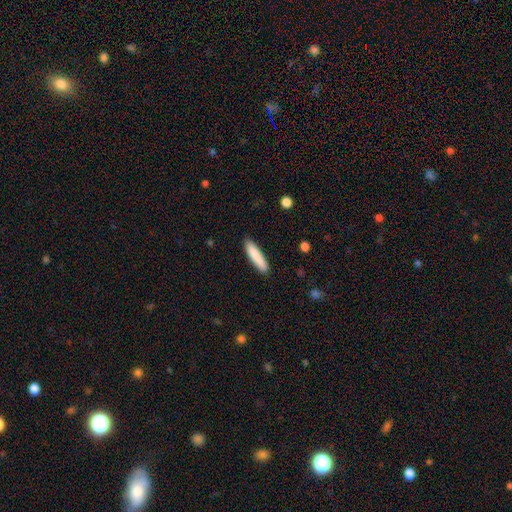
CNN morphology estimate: smooth 86%, featured or disk 9%, star or artifact 6%. Down the decision tree: how rounded — cigar-shaped (81%); merging — none (89%).